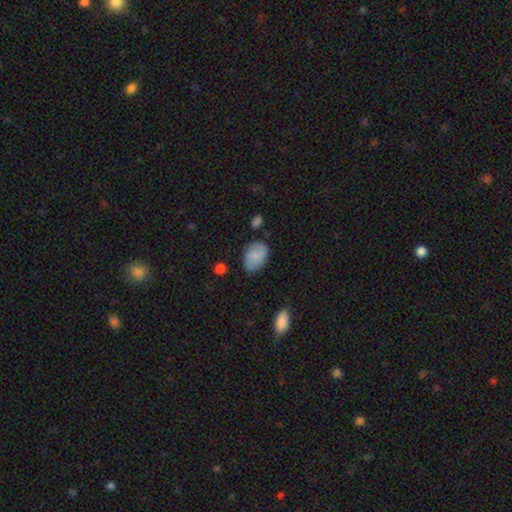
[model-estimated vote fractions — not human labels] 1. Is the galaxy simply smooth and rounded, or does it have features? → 73% smooth, 18% featured or disk, 8% star or artifact.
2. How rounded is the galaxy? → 79% in between, 19% round, 1% cigar-shaped.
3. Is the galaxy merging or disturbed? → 65% none, 25% minor disturbance, 6% major disturbance, 3% merger.